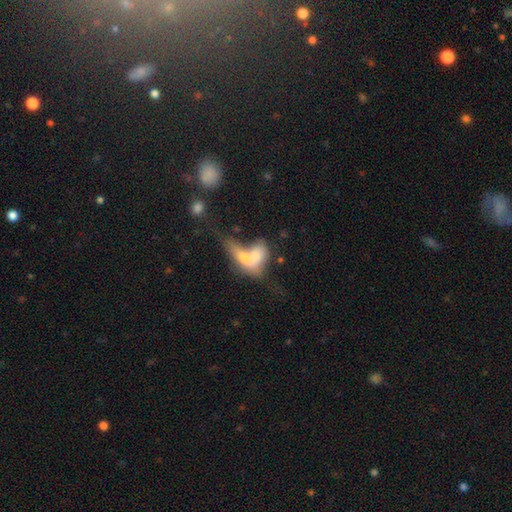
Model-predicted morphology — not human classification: smooth 64%, featured or disk 29%, star or artifact 7%. Down the decision tree: how rounded — in between (75%); merging — merger (72%).